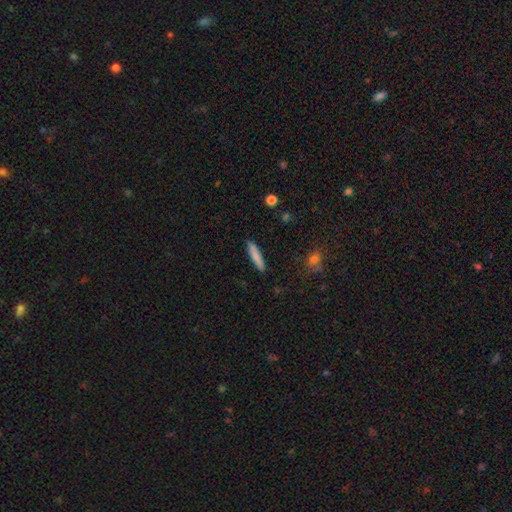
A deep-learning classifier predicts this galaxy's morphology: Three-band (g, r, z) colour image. It shows a smooth galaxy with no disk features (83%) that is cigar-shaped (89%). Merging: none (90%).